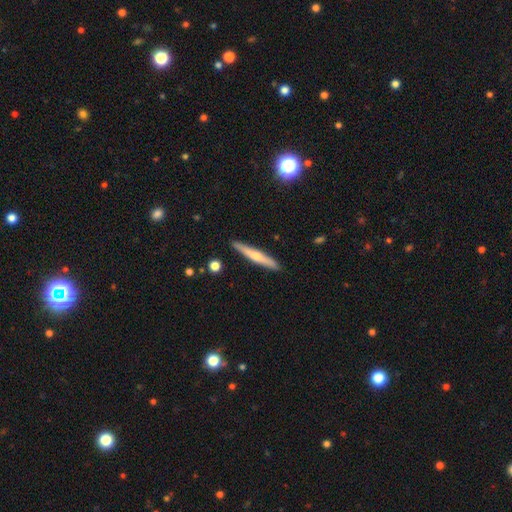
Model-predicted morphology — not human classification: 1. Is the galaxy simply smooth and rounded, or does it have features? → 55% featured or disk, 39% smooth, 6% star or artifact.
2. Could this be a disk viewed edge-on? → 96% yes, 4% no.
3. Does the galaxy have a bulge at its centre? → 80% rounded, 16% none, 4% boxy.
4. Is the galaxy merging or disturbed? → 91% none, 7% minor disturbance, 1% major disturbance, 1% merger.